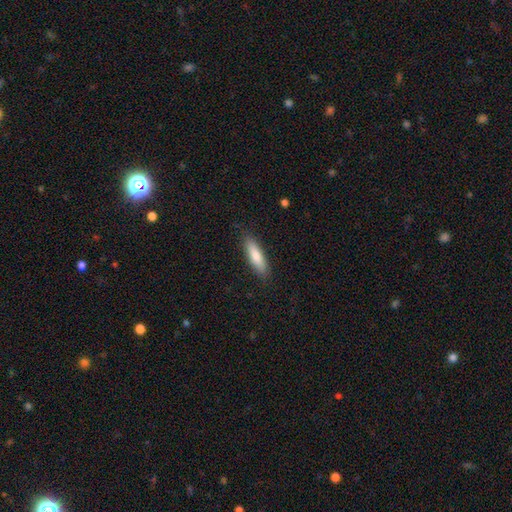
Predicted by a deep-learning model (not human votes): smooth_or_featured: smooth (p=0.77) [alt: featured or disk p=0.17]
how_rounded: cigar-shaped (p=0.67) [alt: in between p=0.32]
merging: none (p=0.87) [alt: minor disturbance p=0.10]